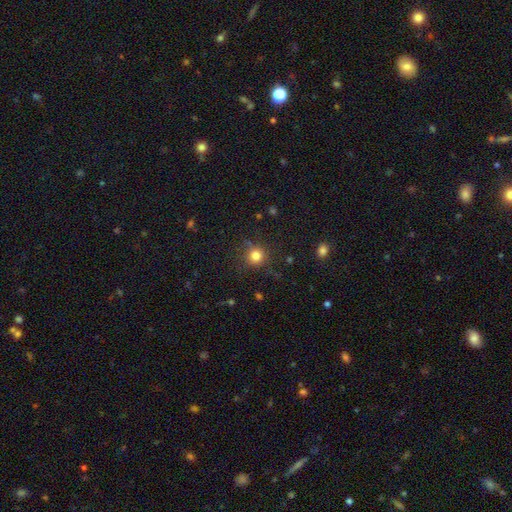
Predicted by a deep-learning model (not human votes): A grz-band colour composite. It shows a smooth galaxy with no disk features (80%) that is round (92%). Merging: none (83%).